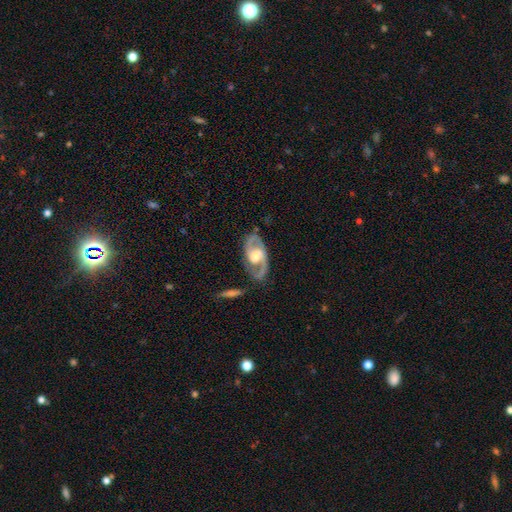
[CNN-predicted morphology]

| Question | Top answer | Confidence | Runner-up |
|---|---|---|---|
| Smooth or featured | featured or disk | 86% | smooth (9%) |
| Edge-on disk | no | 95% | yes (5%) |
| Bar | weak | 42% | tied: no (42%) |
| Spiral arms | yes | 95% | no (5%) |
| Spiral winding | medium | 57% | tight (26%) |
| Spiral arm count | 2 | 91% | can't tell (4%) |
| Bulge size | moderate | 62% | large (18%) |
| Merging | none | 77% | minor disturbance (15%) |